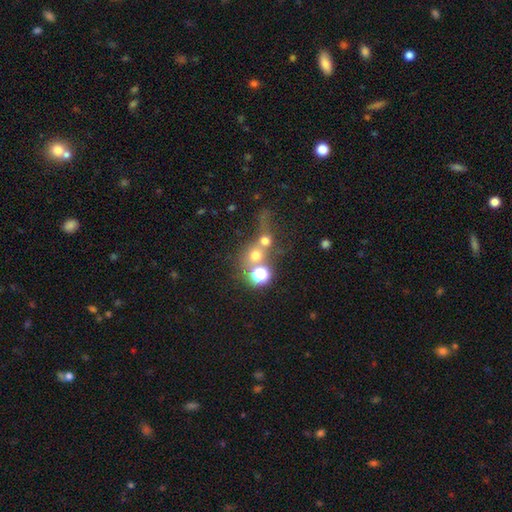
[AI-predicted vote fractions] A smooth galaxy with no disk features (56%) that is round (82%).

Vote fractions:
- Smooth or featured? smooth: 56% / star or artifact: 26% / featured or disk: 17%
- How rounded? round: 82% / in between: 15% / cigar-shaped: 2%
- Merging? merger: 48% / none: 37% / major disturbance: 8% / minor disturbance: 7%